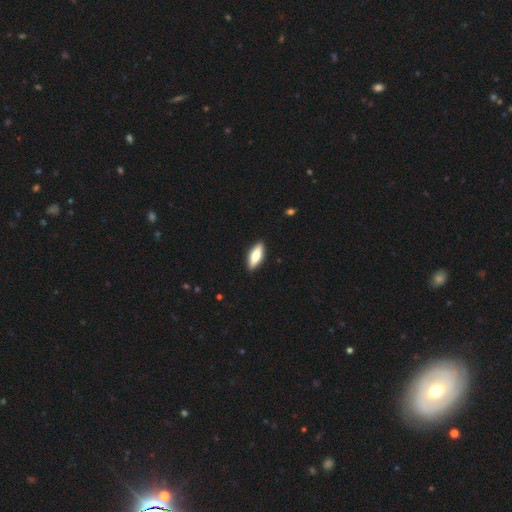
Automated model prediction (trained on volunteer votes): smooth_or_featured: smooth (p=0.70) [alt: featured or disk p=0.25]
how_rounded: in between (p=0.63) [alt: cigar-shaped p=0.35]
merging: none (p=0.90) [alt: minor disturbance p=0.07]